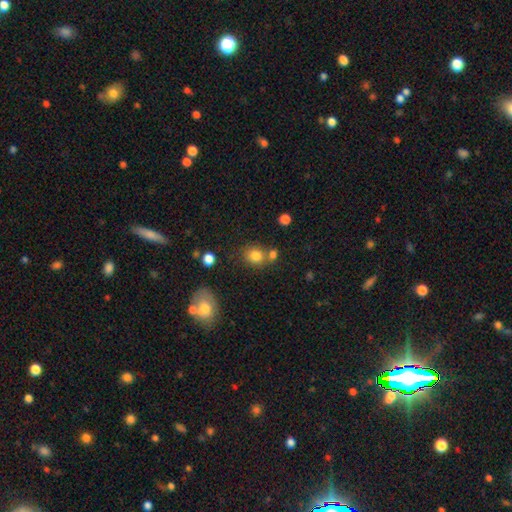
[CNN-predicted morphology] A smooth galaxy with no disk features (80%) that is round (71%). Merging: none (61%).